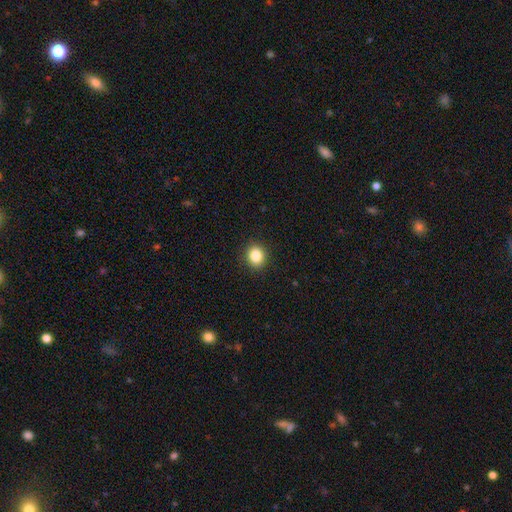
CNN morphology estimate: type=smooth (85%); roundness=round (69%); merging=none (91%).